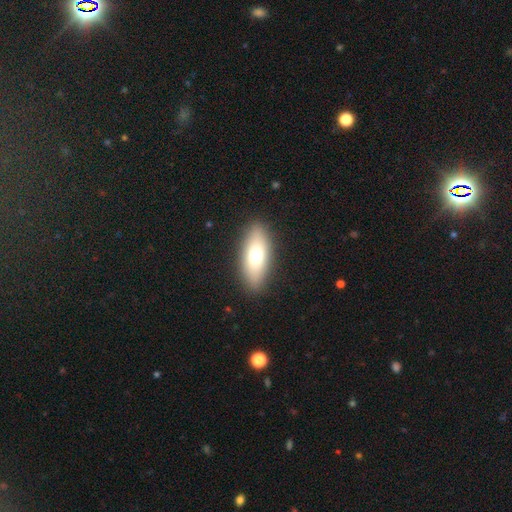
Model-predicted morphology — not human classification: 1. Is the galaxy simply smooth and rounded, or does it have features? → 70% smooth, 23% featured or disk, 7% star or artifact.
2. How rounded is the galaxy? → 74% in between, 23% cigar-shaped, 3% round.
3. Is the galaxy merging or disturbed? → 88% none, 8% minor disturbance, 2% major disturbance, 1% merger.